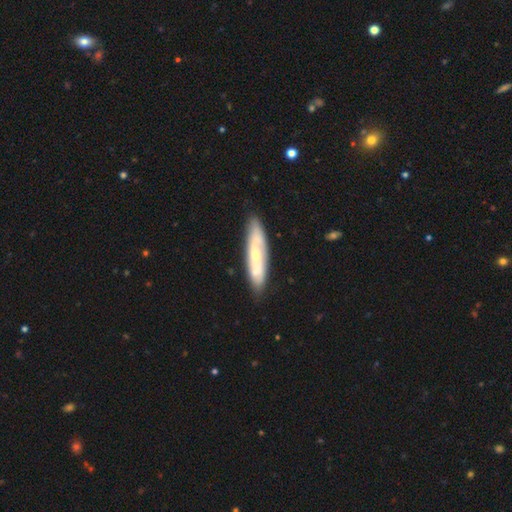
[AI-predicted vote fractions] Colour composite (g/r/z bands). It shows a featured or disk galaxy (55%). Merging: none (82%).